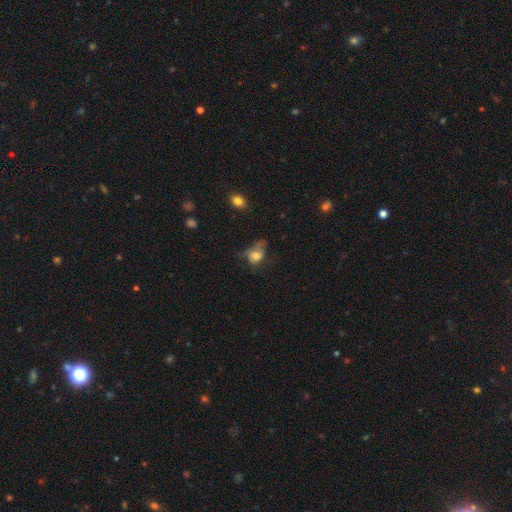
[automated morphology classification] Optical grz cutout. It shows a smooth galaxy with no disk features (68%) that is in between round and cigar-shaped (63%). Merging: major disturbance (39%).